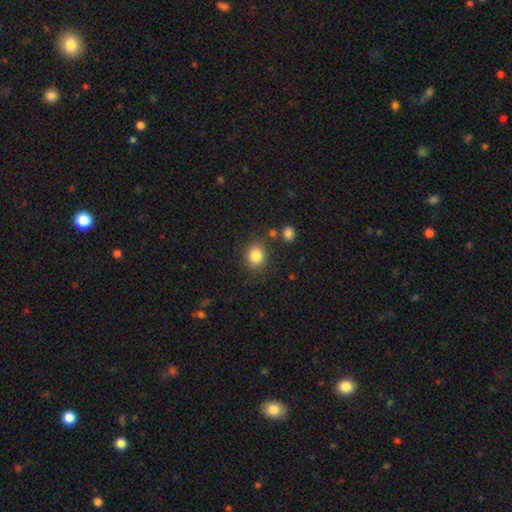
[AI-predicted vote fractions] A smooth galaxy with no disk features (84%) that is round (69%). Merging: none (80%).